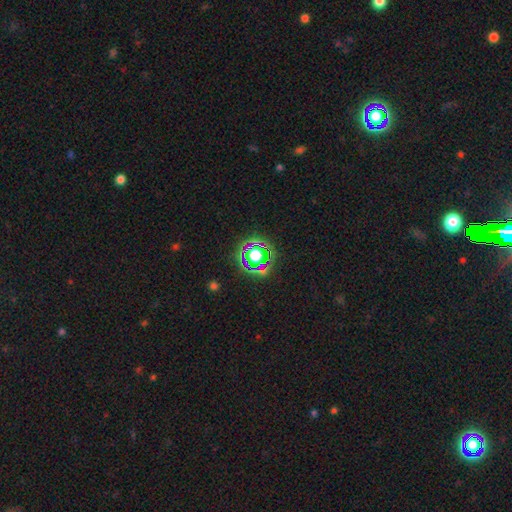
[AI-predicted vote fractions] Morphology: type=star or artifact (50%).